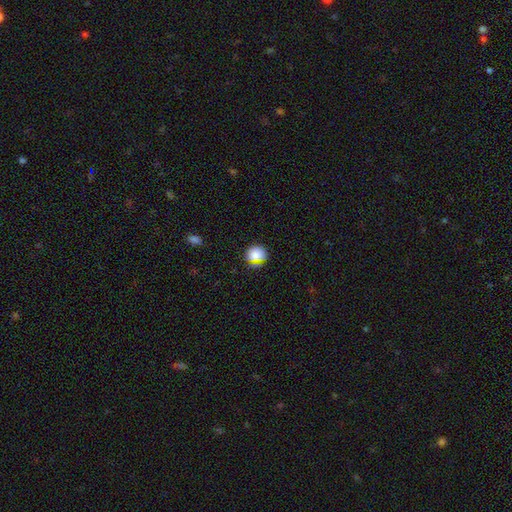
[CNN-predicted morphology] The model was most divided on "merging": none: 78%, minor disturbance: 14%, merger: 5%, major disturbance: 4%. More confident: how rounded — round (86%); smooth or featured — smooth (81%).